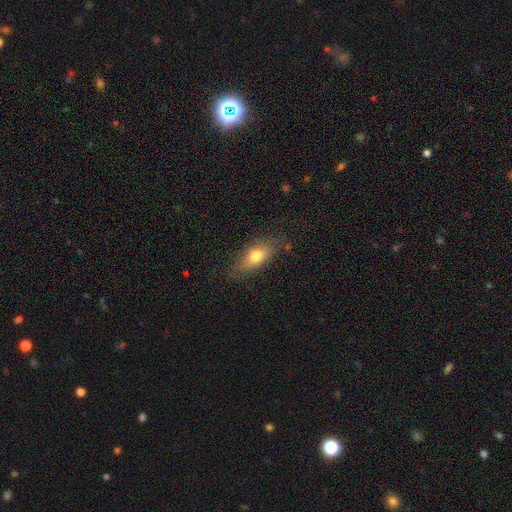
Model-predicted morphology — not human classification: Smooth or featured?
  - smooth: 74% *
  - featured or disk: 19%
  - star or artifact: 8%
How rounded?
  - in between: 79% *
  - cigar-shaped: 15%
  - round: 6%
Merging?
  - none: 73% *
  - minor disturbance: 19%
  - major disturbance: 6%
  - merger: 2%